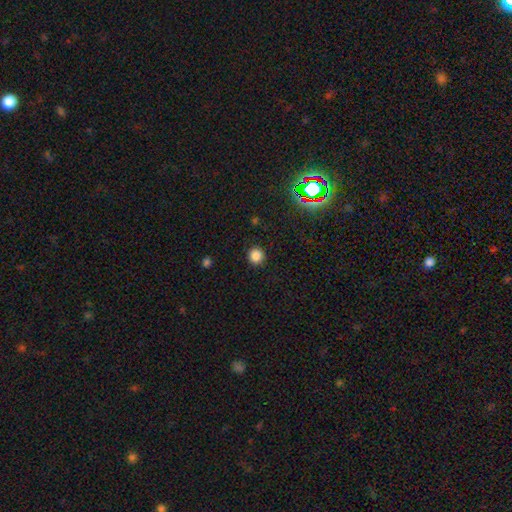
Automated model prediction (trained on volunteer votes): Smooth or featured? smooth (83%)
How rounded? round (93%)
Merging? none (91%)